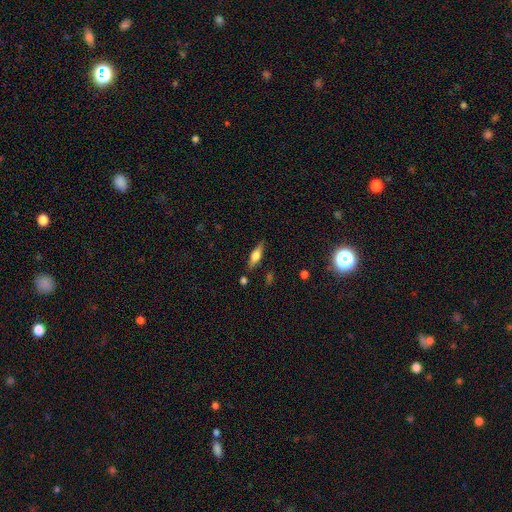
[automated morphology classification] A featured or disk galaxy (54%) viewed edge-on (94%) with a rounded central bulge (88%). Merging: none (84%).